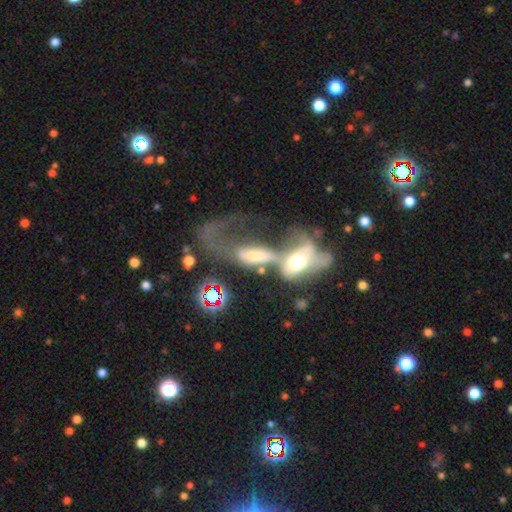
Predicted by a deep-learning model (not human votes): Overall: featured or disk (50%; smooth 37%). Edge-on disk: no (77%). Merging: merger (71%).